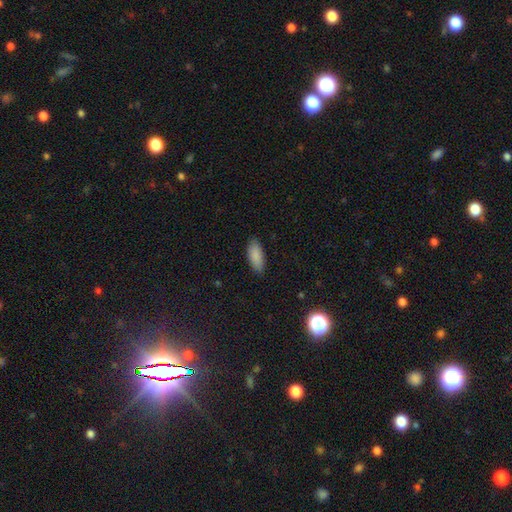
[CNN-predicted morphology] This appears to be a smooth galaxy with no disk features (89%) that is in between round and cigar-shaped (80%). Merging: none (85%).